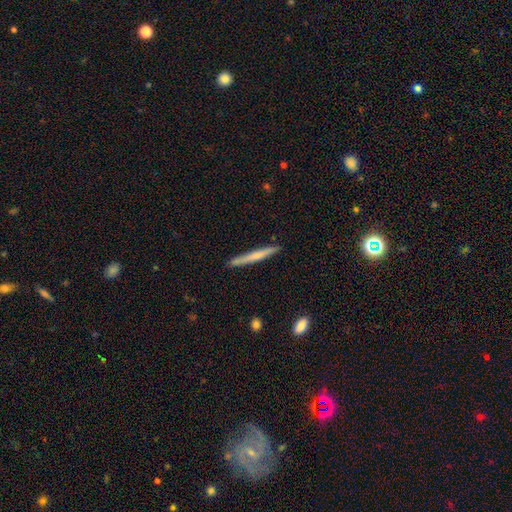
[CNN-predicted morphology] type=smooth (57%); roundness=cigar-shaped (97%); merging=none (89%).